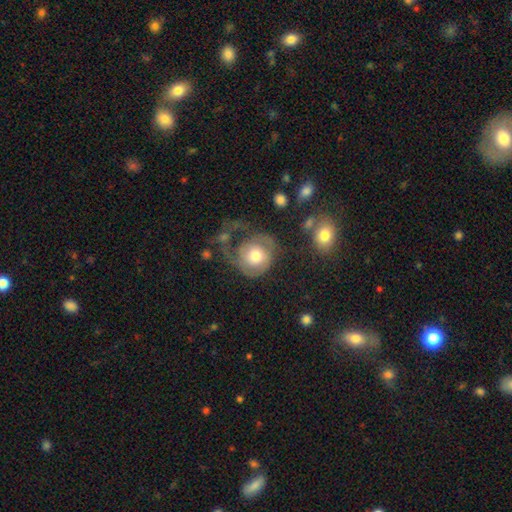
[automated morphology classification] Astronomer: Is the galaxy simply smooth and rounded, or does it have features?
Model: featured or disk — 55% (runner-up: smooth, 38%).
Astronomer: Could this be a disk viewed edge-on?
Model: no — 97%.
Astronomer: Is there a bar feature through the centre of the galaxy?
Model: no — 80%.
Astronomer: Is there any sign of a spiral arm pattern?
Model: yes — 73%.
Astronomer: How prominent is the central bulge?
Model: moderate — 66%.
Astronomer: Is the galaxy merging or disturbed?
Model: major disturbance — 46% (runner-up: none, 30%).